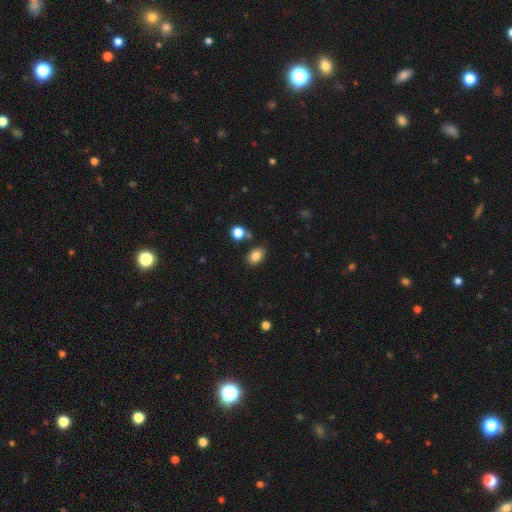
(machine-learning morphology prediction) A smooth galaxy with no disk features (84%) that is in between round and cigar-shaped (81%).

Vote fractions:
- Smooth or featured? smooth: 84% / star or artifact: 10% / featured or disk: 6%
- How rounded? in between: 81% / round: 18% / cigar-shaped: 1%
- Merging? none: 79% / minor disturbance: 11% / merger: 7% / major disturbance: 3%